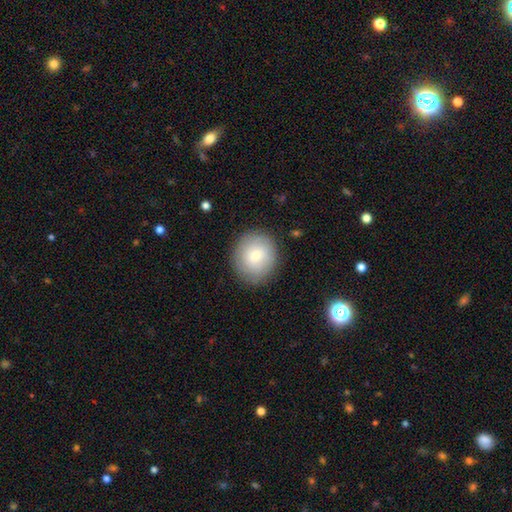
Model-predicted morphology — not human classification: The model was most divided on "smooth or featured": smooth: 75%, featured or disk: 17%, star or artifact: 8%. More confident: merging — none (85%); how rounded — round (82%).